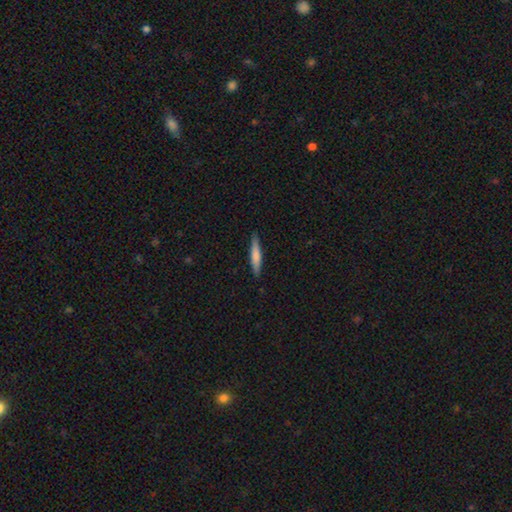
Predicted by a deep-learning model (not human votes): This is likely a smooth galaxy (69%). How rounded: clearly cigar-shaped (91%). Merging: clearly none (89%).